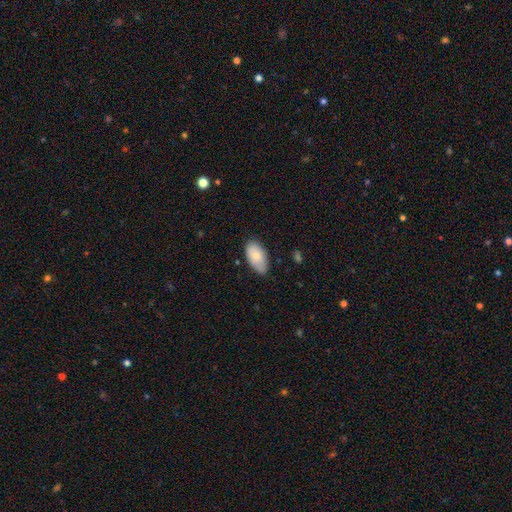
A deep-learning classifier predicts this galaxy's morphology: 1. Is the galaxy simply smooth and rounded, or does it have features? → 79% smooth, 15% featured or disk, 6% star or artifact.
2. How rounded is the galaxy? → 95% in between, 3% round, 2% cigar-shaped.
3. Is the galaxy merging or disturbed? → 70% none, 25% minor disturbance, 3% major disturbance, 1% merger.